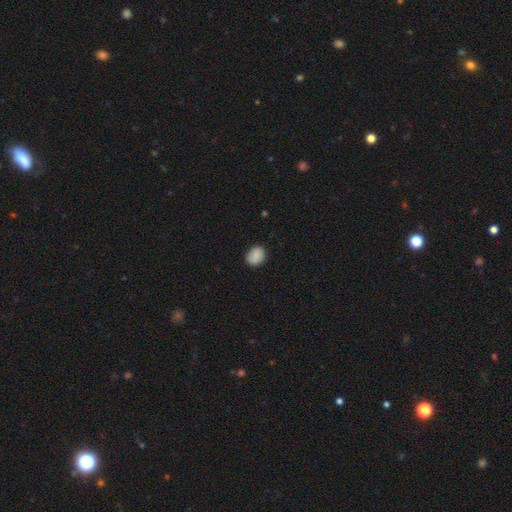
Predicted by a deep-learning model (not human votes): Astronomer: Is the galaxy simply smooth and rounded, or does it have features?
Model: smooth — 86%.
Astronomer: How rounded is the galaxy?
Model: round — 56% (runner-up: in between, 43%).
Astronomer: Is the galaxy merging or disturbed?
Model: none — 84%.